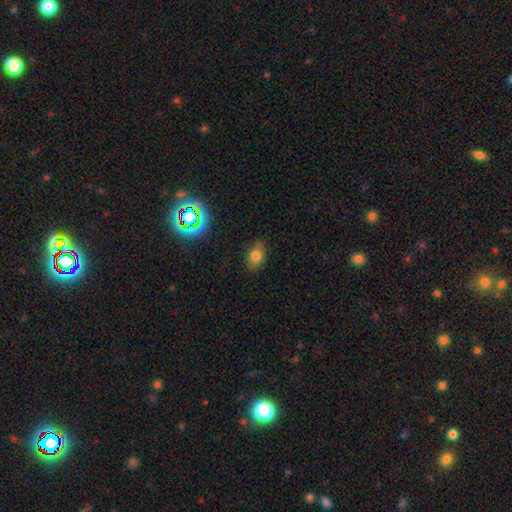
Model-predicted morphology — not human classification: smooth 75%, star or artifact 14%, featured or disk 10%. Down the decision tree: how rounded — in between (80%); merging — none (80%).